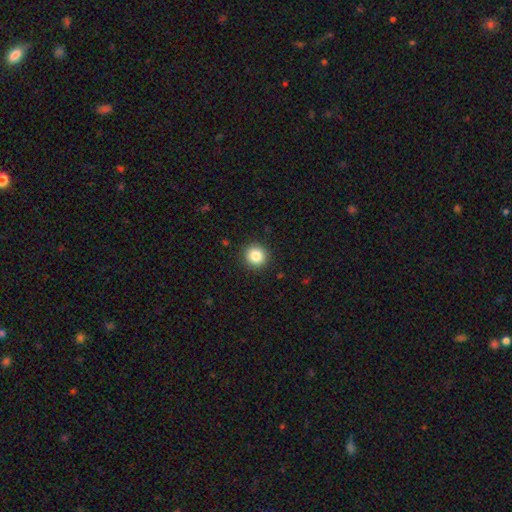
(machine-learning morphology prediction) This appears to be a smooth galaxy with no disk features (85%) that is round (93%). Merging: none (92%).